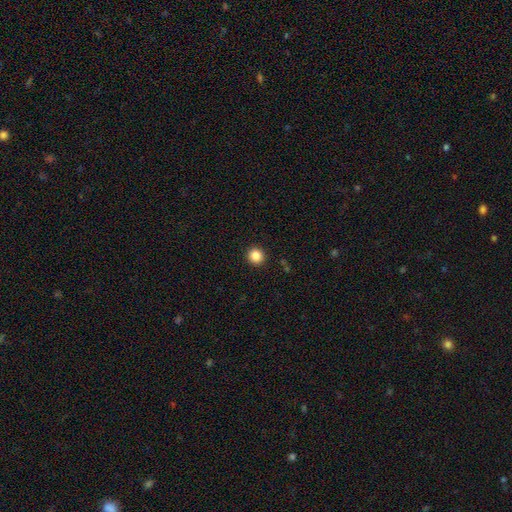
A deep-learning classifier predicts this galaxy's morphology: This is clearly a smooth galaxy (86%). How rounded: clearly round (93%). Merging: clearly none (92%).